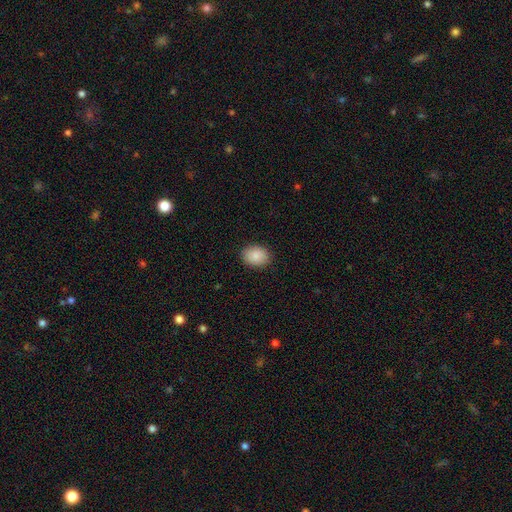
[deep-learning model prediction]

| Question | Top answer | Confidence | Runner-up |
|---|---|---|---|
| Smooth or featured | smooth | 88% | star or artifact (7%) |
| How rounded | in between | 63% | round (37%) |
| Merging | none | 88% | minor disturbance (8%) |